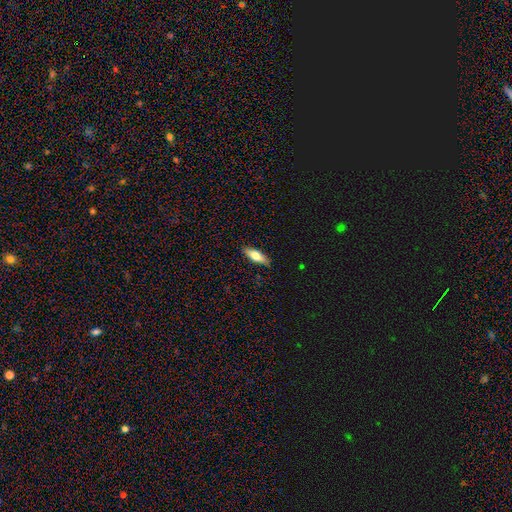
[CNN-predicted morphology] This appears to be a smooth galaxy with no disk features (68%) that is in between round and cigar-shaped (62%). Merging: none (87%).